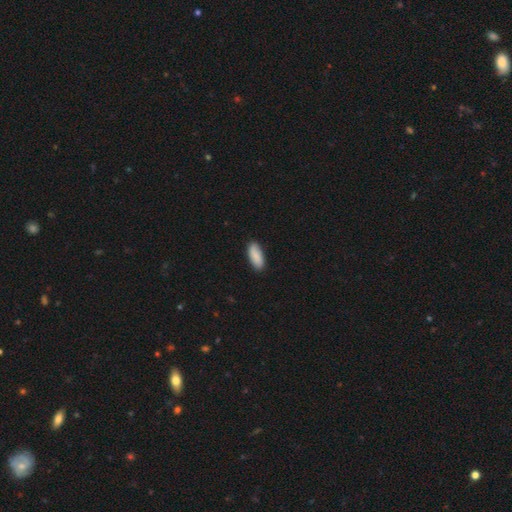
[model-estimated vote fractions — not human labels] Q: Smooth or featured?
A: smooth (88%); runner-up: featured or disk (6%)
Q: How rounded?
A: in between (81%); runner-up: cigar-shaped (17%)
Q: Merging?
A: none (85%); runner-up: minor disturbance (12%)